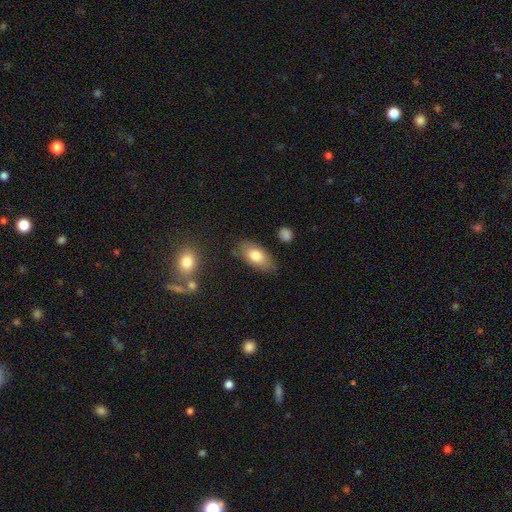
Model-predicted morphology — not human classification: Smooth or featured?
  - smooth: 76% *
  - featured or disk: 17%
  - star or artifact: 7%
How rounded?
  - in between: 91% *
  - cigar-shaped: 5%
  - round: 4%
Merging?
  - none: 80% *
  - minor disturbance: 14%
  - major disturbance: 3%
  - merger: 3%